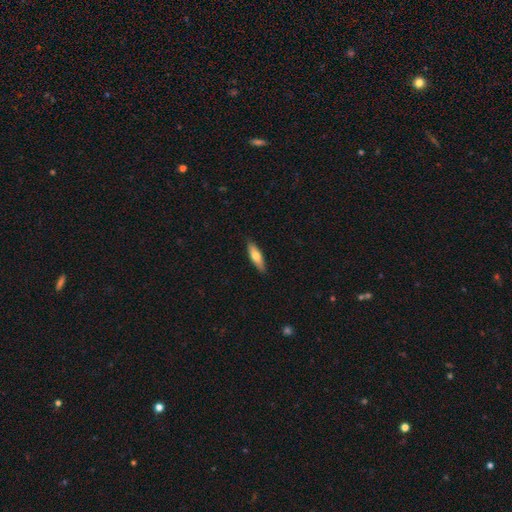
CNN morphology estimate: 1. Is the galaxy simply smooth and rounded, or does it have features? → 66% smooth, 29% featured or disk, 6% star or artifact.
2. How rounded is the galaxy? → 57% cigar-shaped, 41% in between, 2% round.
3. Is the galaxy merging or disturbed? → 88% none, 9% minor disturbance, 2% major disturbance, 1% merger.